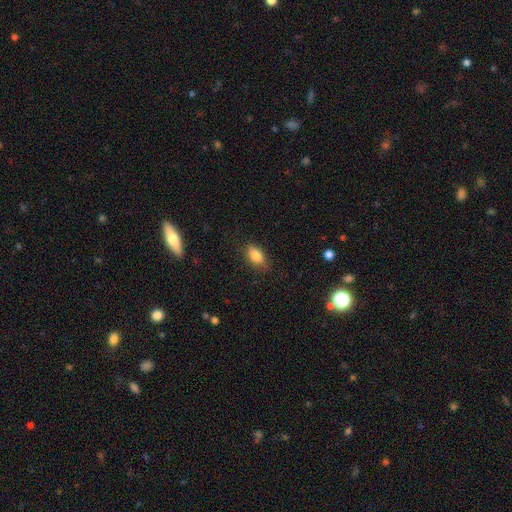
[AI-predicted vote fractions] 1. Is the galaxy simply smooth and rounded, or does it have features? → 84% smooth, 8% star or artifact, 7% featured or disk.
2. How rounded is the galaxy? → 88% in between, 8% round, 4% cigar-shaped.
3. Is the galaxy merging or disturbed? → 81% none, 15% minor disturbance, 3% major disturbance, 1% merger.